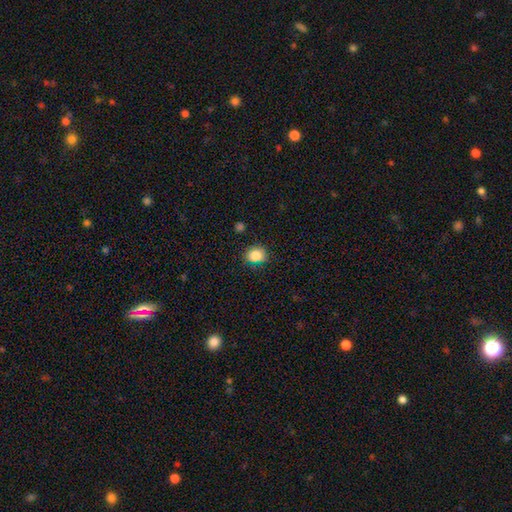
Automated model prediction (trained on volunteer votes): A smooth galaxy with no disk features (84%) that is round (67%). Merging: none (80%).